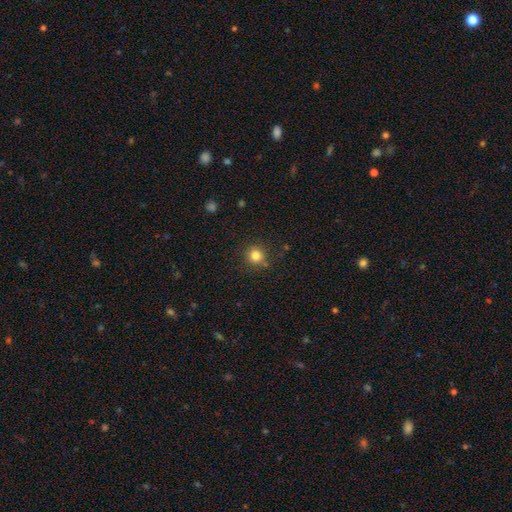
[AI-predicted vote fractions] Smooth or featured: smooth — 81% (star or artifact — 13%)
How rounded: round — 93% (in between — 6%)
Merging: none — 84% (minor disturbance — 9%)